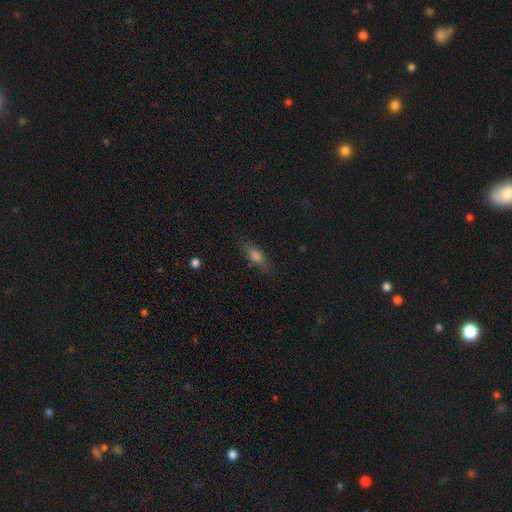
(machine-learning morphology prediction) This appears to be a smooth galaxy with no disk features (66%) that is in between round and cigar-shaped (57%). Merging: none (79%).